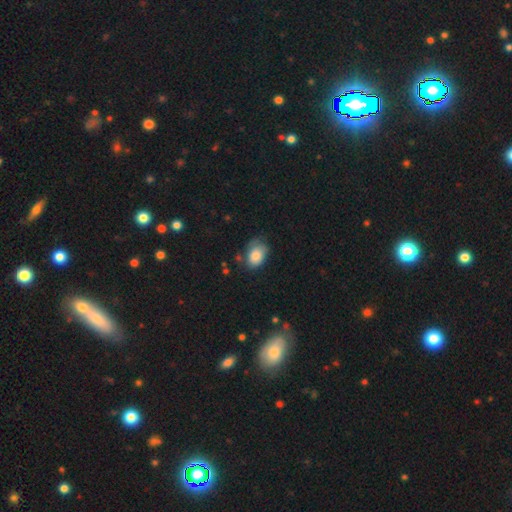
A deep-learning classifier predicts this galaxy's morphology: Smooth or featured? smooth (80%)
How rounded? in between (79%)
Merging? none (53%)